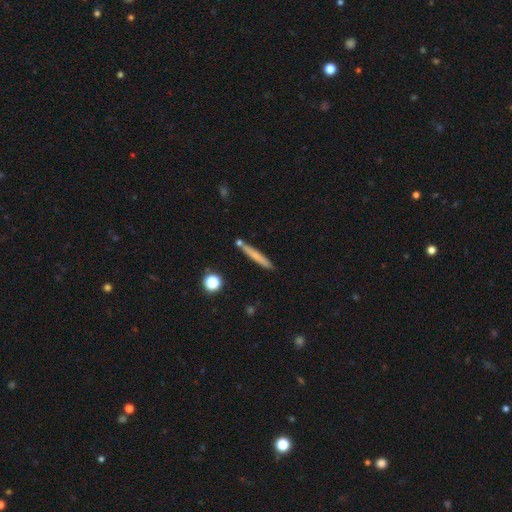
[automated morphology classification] A smooth galaxy with no disk features (67%) that is cigar-shaped (95%). Merging: none (81%).